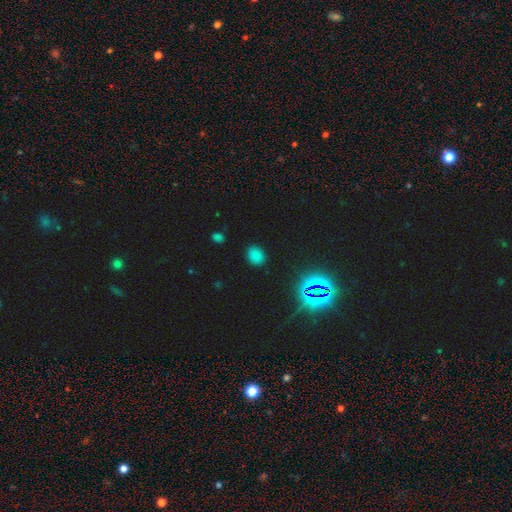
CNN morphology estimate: This appears to be a smooth galaxy with no disk features (72%) that is in between round and cigar-shaped (57%). Merging: none (84%).